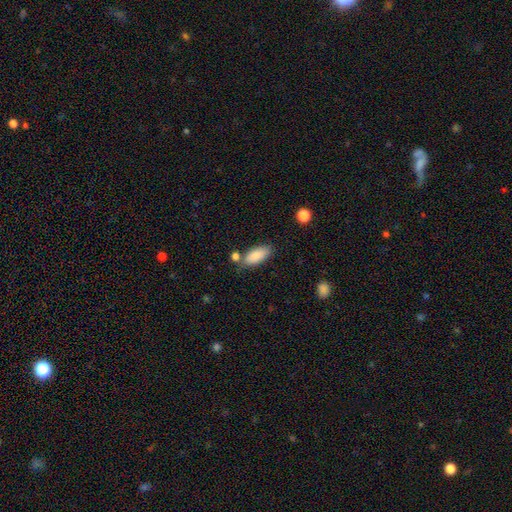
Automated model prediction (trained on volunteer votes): smooth-or-featured: smooth: 86% | featured or disk: 7% | star or artifact: 7%
  how-rounded: in between: 85% | cigar-shaped: 13% | round: 2%
  merging: none: 68% | minor disturbance: 16% | merger: 12% | major disturbance: 4%